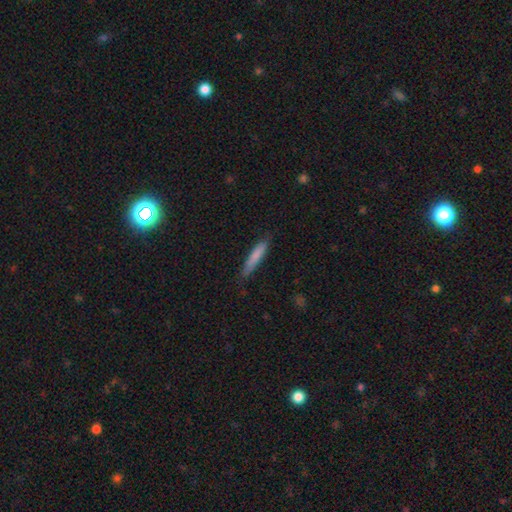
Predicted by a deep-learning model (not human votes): This is likely a smooth galaxy (77%). How rounded: clearly cigar-shaped (91%). Merging: clearly none (81%).